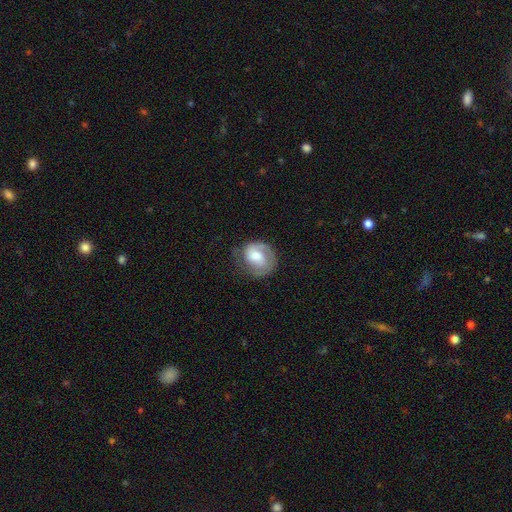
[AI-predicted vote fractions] Smooth or featured? Predicted: featured or disk (p=0.57). Edge-on disk? Predicted: no (p=0.97). Bar? Predicted: no (p=0.50). Spiral arms? Predicted: yes (p=0.84). Bulge size? Predicted: moderate (p=0.49). Merging? Predicted: none (p=0.60).